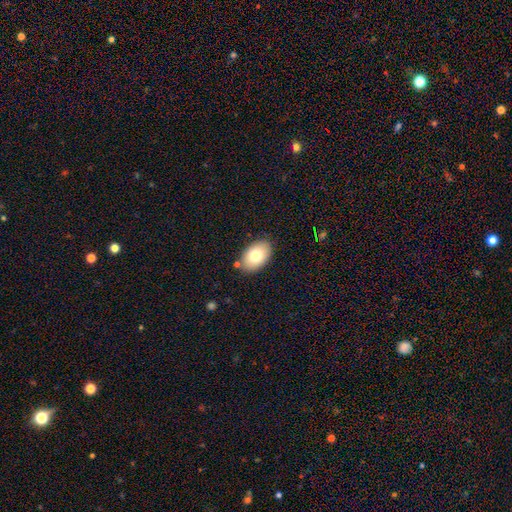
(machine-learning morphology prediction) smooth 78%, featured or disk 15%, star or artifact 7%. Down the decision tree: how rounded — in between (91%); merging — none (84%).